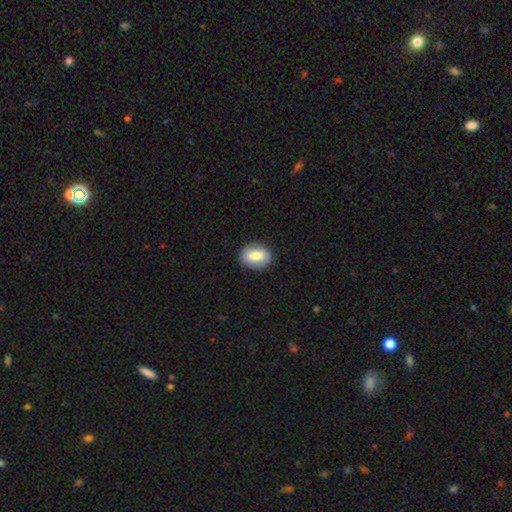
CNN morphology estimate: Overall: smooth (73%). How rounded: in between (59%; round 39%). Merging: none (87%).